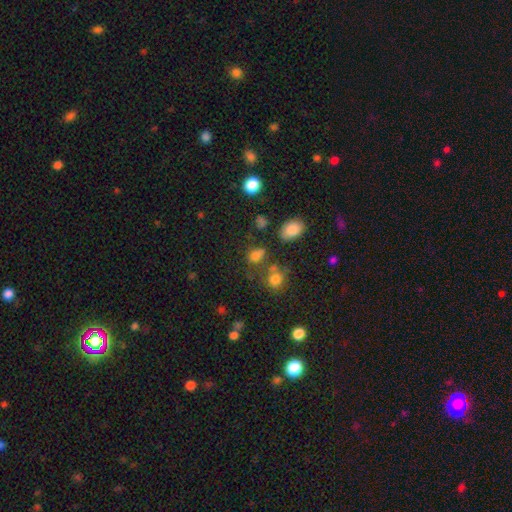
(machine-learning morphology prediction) Q: Smooth or featured?
A: smooth (73%); runner-up: star or artifact (19%)
Q: How rounded?
A: in between (59%); runner-up: round (39%)
Q: Merging?
A: none (51%); runner-up: minor disturbance (18%)